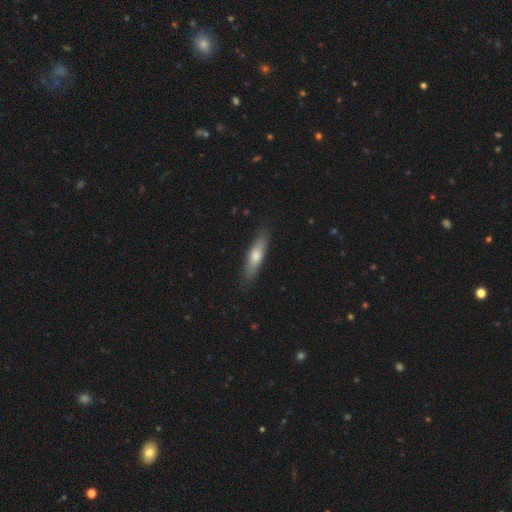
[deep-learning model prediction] Q: Smooth or featured?
A: smooth (66%); runner-up: featured or disk (28%)
Q: How rounded?
A: cigar-shaped (67%); runner-up: in between (31%)
Q: Merging?
A: none (85%); runner-up: minor disturbance (12%)